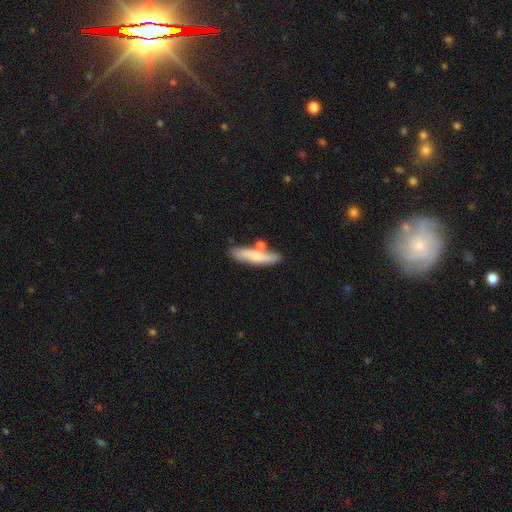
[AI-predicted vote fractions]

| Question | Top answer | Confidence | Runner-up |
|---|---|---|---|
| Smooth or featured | smooth | 62% | featured or disk (32%) |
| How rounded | cigar-shaped | 77% | in between (21%) |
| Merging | none | 64% | merger (17%) |